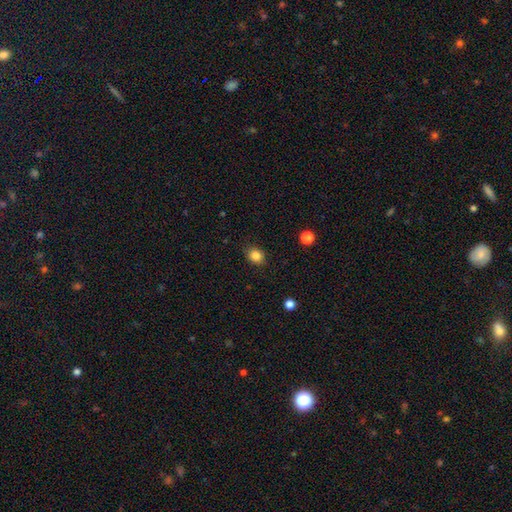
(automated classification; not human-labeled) Morphology: type=smooth (84%); roundness=round (59%); merging=none (86%).